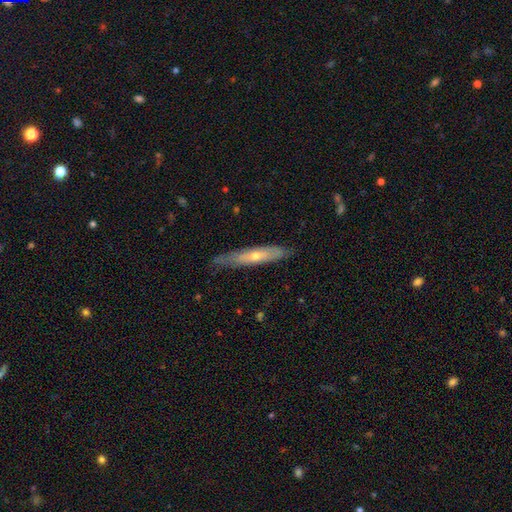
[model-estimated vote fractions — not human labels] smooth_or_featured: featured or disk (p=0.55) [alt: smooth p=0.40]
disk_edge_on: yes (p=0.68) [alt: no p=0.32]
merging: none (p=0.76) [alt: minor disturbance p=0.19]